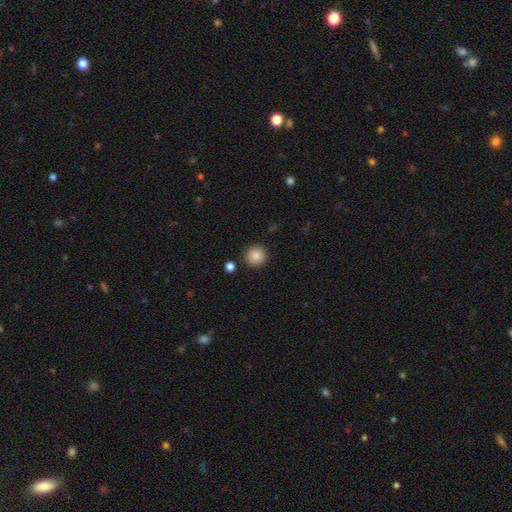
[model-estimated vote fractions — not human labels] Q: Smooth or featured?
A: smooth (87%); runner-up: star or artifact (9%)
Q: How rounded?
A: round (94%); runner-up: in between (5%)
Q: Merging?
A: none (90%); runner-up: minor disturbance (6%)